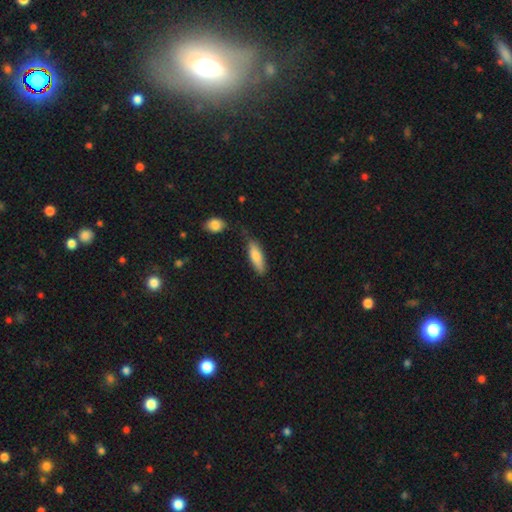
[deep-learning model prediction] This appears to be a smooth galaxy with no disk features (78%) that is cigar-shaped (51%). Merging: none (64%).